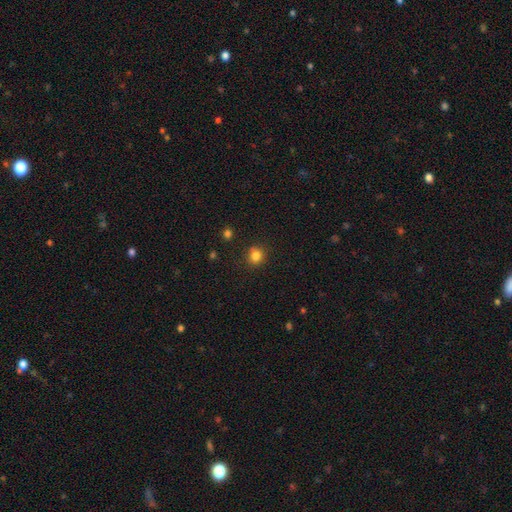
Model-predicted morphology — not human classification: smooth_or_featured: smooth (p=0.83) [alt: star or artifact p=0.12]
how_rounded: round (p=0.84) [alt: in between p=0.15]
merging: none (p=0.85) [alt: minor disturbance p=0.10]